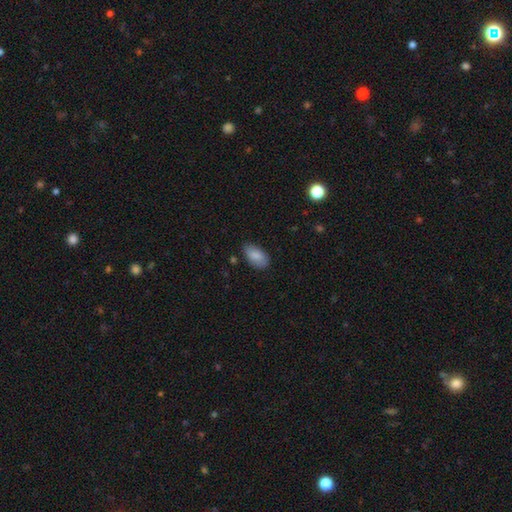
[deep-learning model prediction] Smooth or featured?
  - smooth: 86% *
  - star or artifact: 7%
  - featured or disk: 7%
How rounded?
  - in between: 93% *
  - round: 4%
  - cigar-shaped: 3%
Merging?
  - none: 72% *
  - minor disturbance: 23%
  - major disturbance: 4%
  - merger: 2%